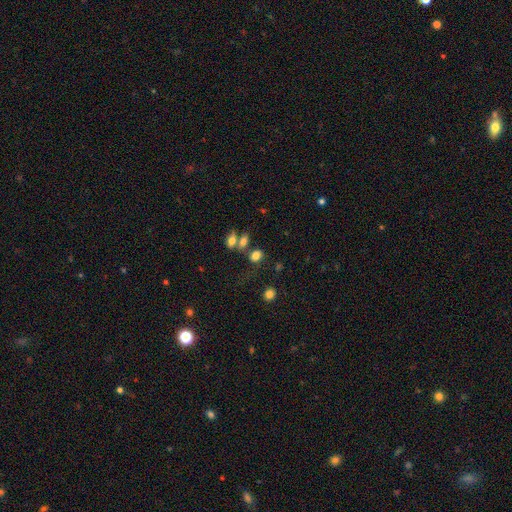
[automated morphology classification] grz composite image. It shows a smooth galaxy with no disk features (78%) that is in between round and cigar-shaped (67%). Merging: none (47%).